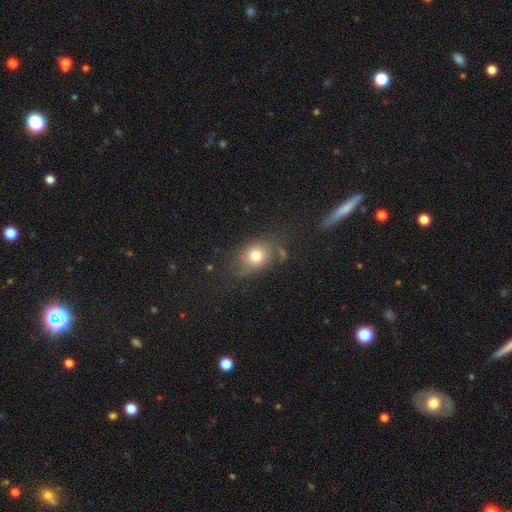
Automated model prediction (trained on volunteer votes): A smooth galaxy with no disk features (74%) that is in between round and cigar-shaped (53%).

Vote fractions:
- Smooth or featured? smooth: 74% / featured or disk: 13% / star or artifact: 13%
- How rounded? in between: 53% / round: 45% / cigar-shaped: 2%
- Merging? none: 68% / minor disturbance: 20% / major disturbance: 8% / merger: 4%